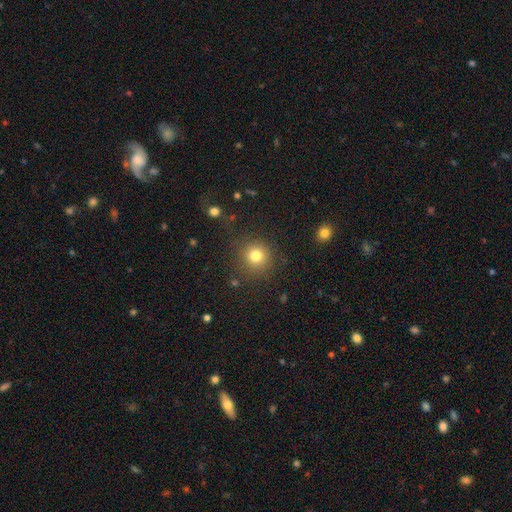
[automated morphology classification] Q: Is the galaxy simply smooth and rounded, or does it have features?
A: smooth — 80%.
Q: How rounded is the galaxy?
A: round — 93%.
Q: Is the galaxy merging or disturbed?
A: none — 86%.